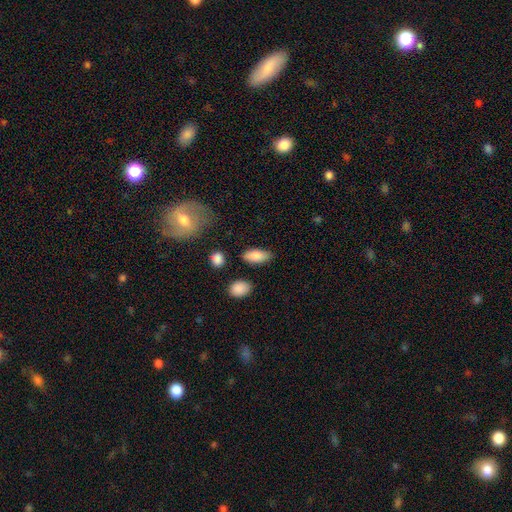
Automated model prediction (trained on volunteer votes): Smooth or featured: smooth — 87% (star or artifact — 7%)
How rounded: in between — 88% (cigar-shaped — 8%)
Merging: none — 81% (minor disturbance — 13%)